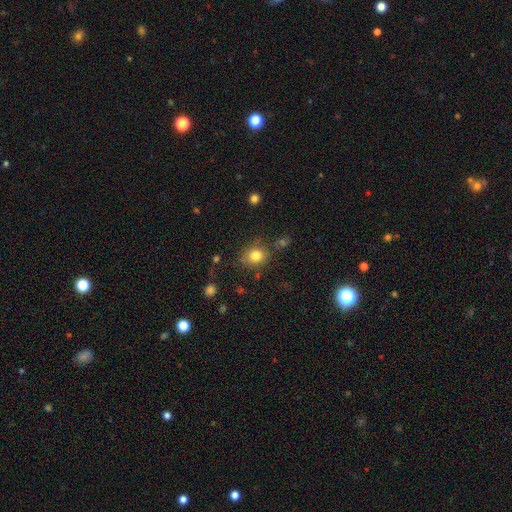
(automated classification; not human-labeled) This is clearly a smooth galaxy (81%). How rounded: likely round (62%). Merging: likely none (76%).